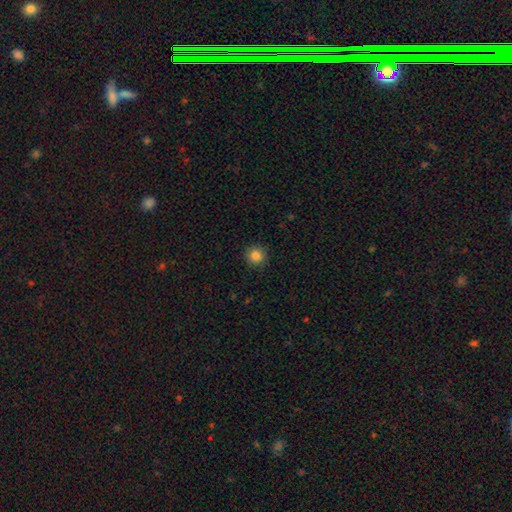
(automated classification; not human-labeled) This appears to be a smooth galaxy with no disk features (86%) that is round (94%). Merging: none (91%).